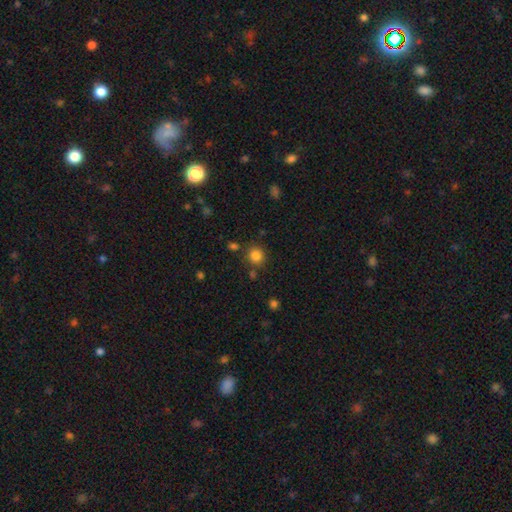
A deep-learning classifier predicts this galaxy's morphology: Smooth or featured? smooth (83%)
How rounded? round (89%)
Merging? none (82%)